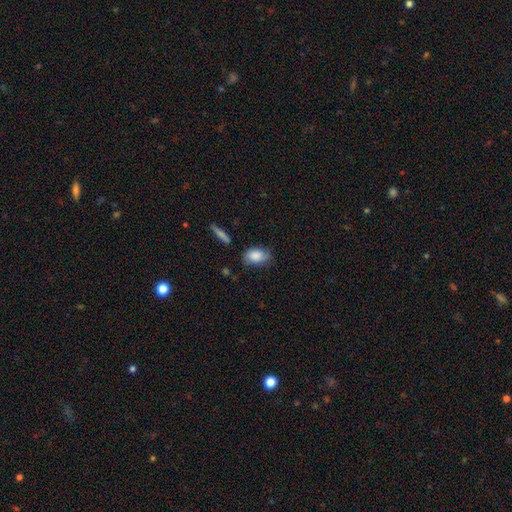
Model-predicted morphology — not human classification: Smooth or featured? Predicted: smooth (p=0.82). How rounded? Predicted: in between (p=0.89). Merging? Predicted: none (p=0.68).